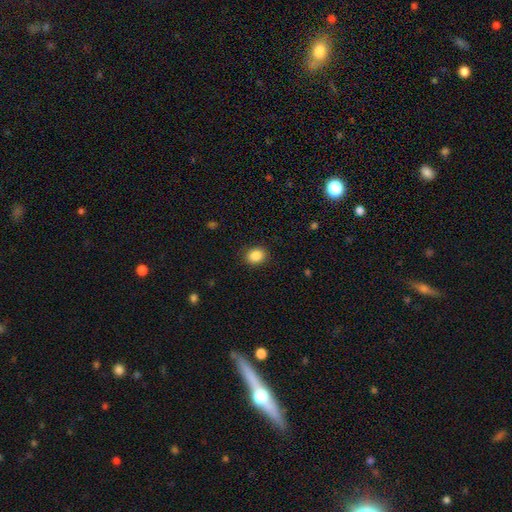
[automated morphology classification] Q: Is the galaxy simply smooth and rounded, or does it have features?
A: smooth — 87%.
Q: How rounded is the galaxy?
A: round — 61%.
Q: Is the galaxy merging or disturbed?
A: none — 89%.